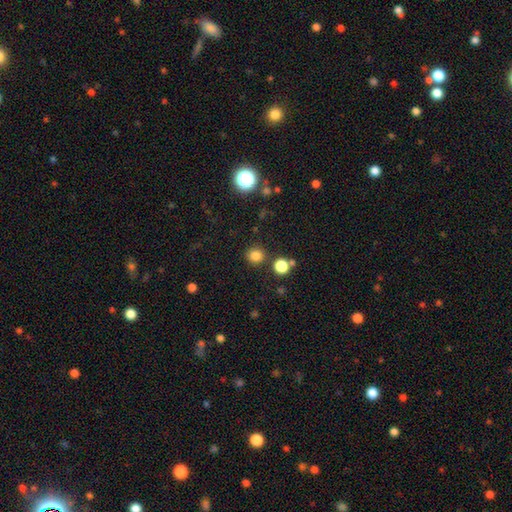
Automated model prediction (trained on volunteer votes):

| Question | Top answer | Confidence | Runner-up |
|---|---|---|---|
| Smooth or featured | smooth | 81% | star or artifact (14%) |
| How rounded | round | 92% | in between (7%) |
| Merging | none | 85% | minor disturbance (7%) |